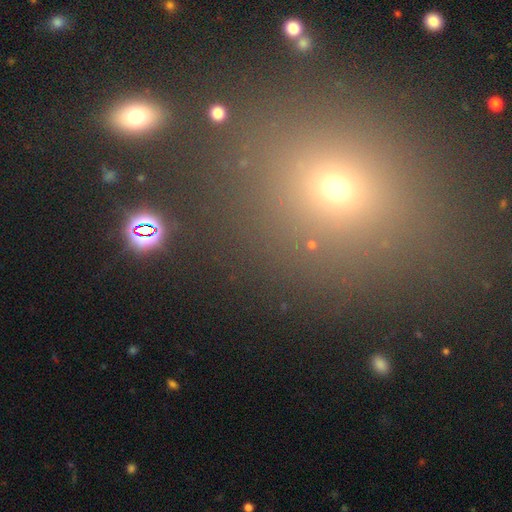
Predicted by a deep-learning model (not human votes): smooth 54%, star or artifact 35%, featured or disk 11%. Down the decision tree: how rounded — round (69%); merging — none (82%).